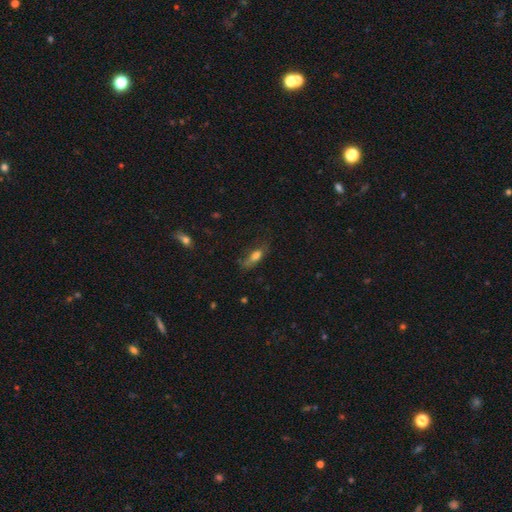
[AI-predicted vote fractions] Smooth or featured?
  - smooth: 70% *
  - featured or disk: 20%
  - star or artifact: 11%
How rounded?
  - in between: 63% *
  - cigar-shaped: 32%
  - round: 4%
Merging?
  - none: 48% *
  - minor disturbance: 29%
  - major disturbance: 20%
  - merger: 3%